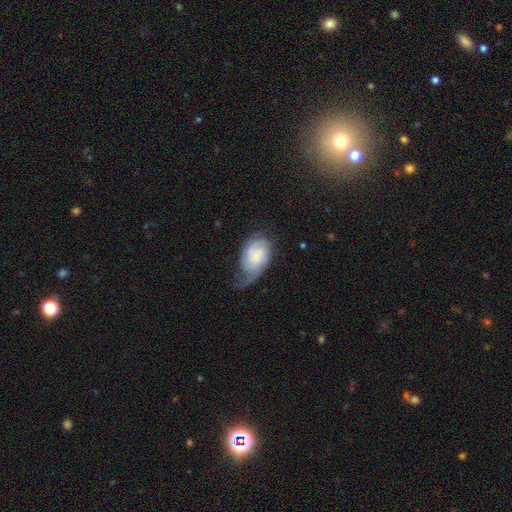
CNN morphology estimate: The model was most divided on "merging" (2-way tie): minor disturbance: 33%, none: 33%, major disturbance: 32%, merger: 2%. Remaining: edge-on disk — no (97%); spiral arms — yes (91%); bar — no (63%); smooth or featured — featured or disk (61%); spiral winding — tight (43%); spiral arm count — 2 (40%); bulge size — small (36%).